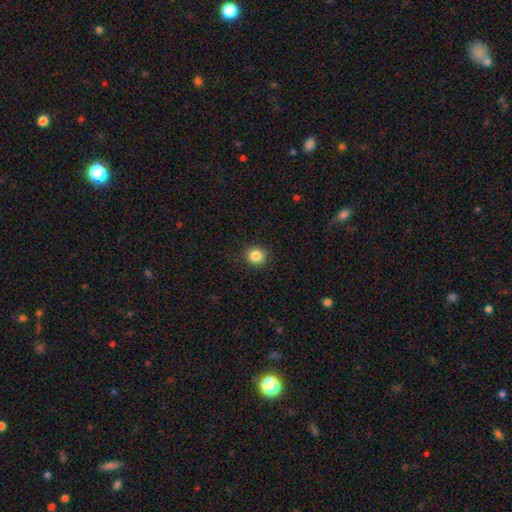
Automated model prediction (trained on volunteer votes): smooth_or_featured: smooth (p=0.85) [alt: star or artifact p=0.11]
how_rounded: round (p=0.89) [alt: in between p=0.10]
merging: none (p=0.89) [alt: minor disturbance p=0.07]